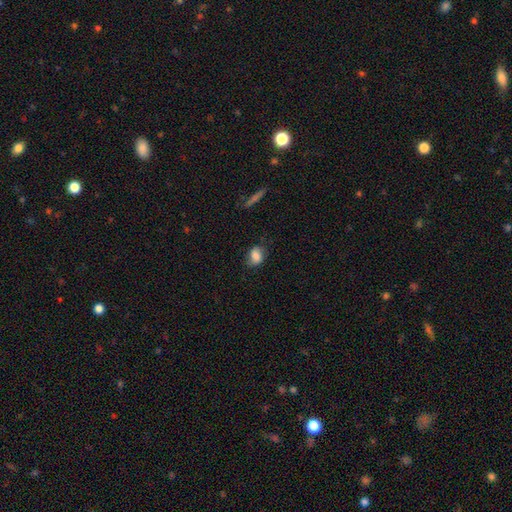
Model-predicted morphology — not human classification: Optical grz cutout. It shows a smooth galaxy with no disk features (80%) that is in between round and cigar-shaped (70%). Merging: none (69%).